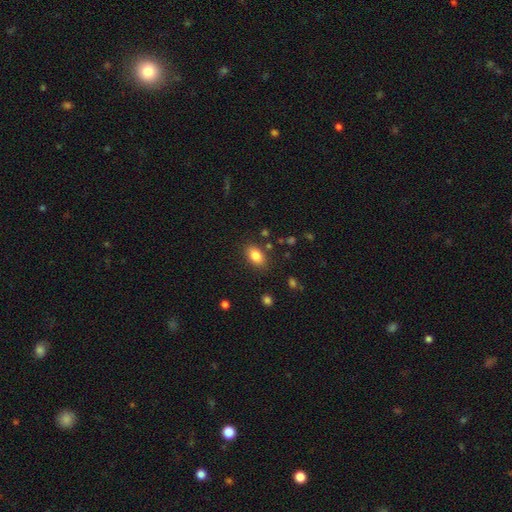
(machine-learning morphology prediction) A smooth galaxy with no disk features (84%) that is in between round and cigar-shaped (89%).

Vote fractions:
- Smooth or featured? smooth: 84% / star or artifact: 8% / featured or disk: 7%
- How rounded? in between: 89% / round: 9% / cigar-shaped: 2%
- Merging? none: 85% / minor disturbance: 10% / major disturbance: 3% / merger: 2%